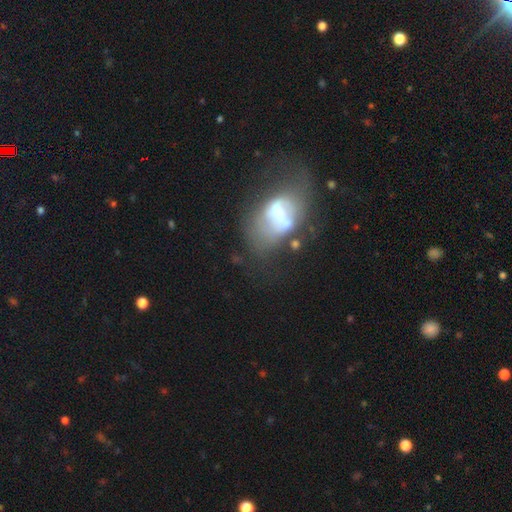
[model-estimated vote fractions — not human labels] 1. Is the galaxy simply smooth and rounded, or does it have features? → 53% featured or disk, 33% smooth, 14% star or artifact.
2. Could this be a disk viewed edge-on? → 88% no, 12% yes.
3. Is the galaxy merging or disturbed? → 42% none, 25% major disturbance, 21% minor disturbance, 12% merger.